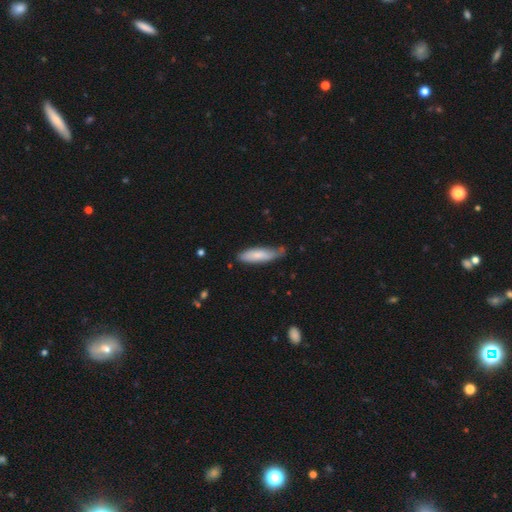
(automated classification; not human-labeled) A smooth galaxy with no disk features (77%) that is cigar-shaped (67%). Merging: none (56%).